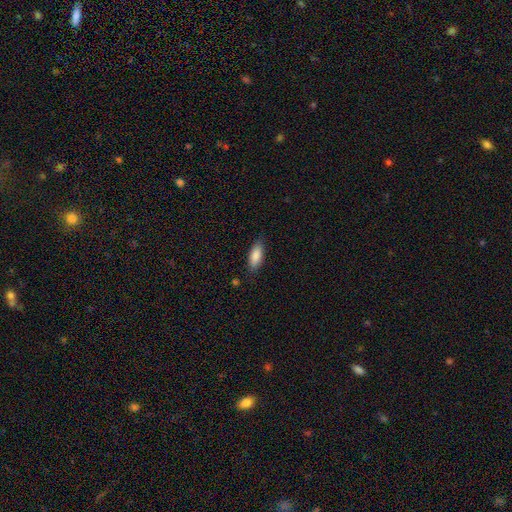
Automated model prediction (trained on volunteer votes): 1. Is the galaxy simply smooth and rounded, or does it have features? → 87% smooth, 7% featured or disk, 6% star or artifact.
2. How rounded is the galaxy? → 75% in between, 24% cigar-shaped, 2% round.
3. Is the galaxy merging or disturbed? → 84% none, 12% minor disturbance, 2% major disturbance, 1% merger.